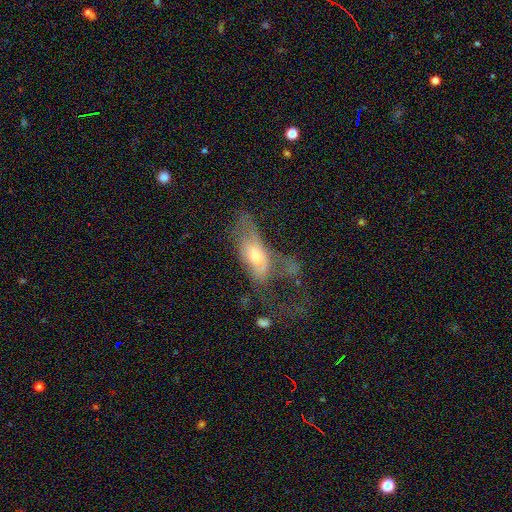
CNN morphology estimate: This is possibly a smooth galaxy (47%). Merging: possibly major disturbance (54%).